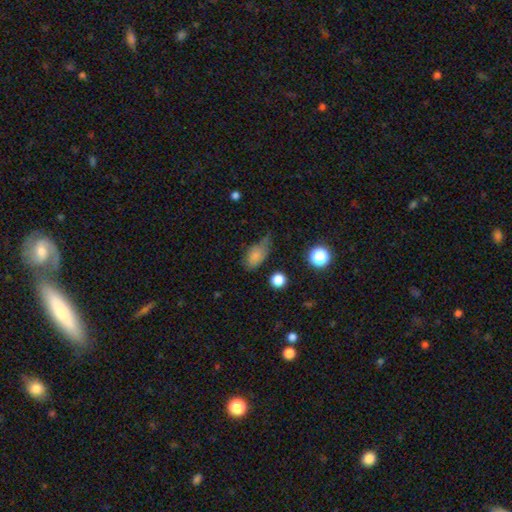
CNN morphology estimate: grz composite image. It shows a smooth galaxy with no disk features (76%) that is in between round and cigar-shaped (85%). Merging: none (40%).